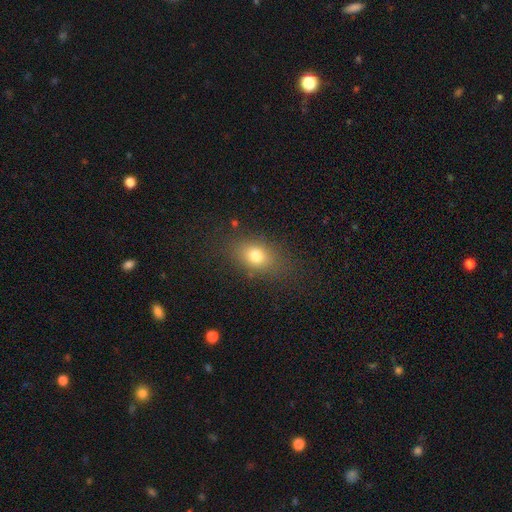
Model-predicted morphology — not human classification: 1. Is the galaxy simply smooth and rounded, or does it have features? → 76% smooth, 13% star or artifact, 11% featured or disk.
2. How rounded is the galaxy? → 67% in between, 31% round, 2% cigar-shaped.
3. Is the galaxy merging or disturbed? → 79% none, 13% minor disturbance, 6% major disturbance, 2% merger.